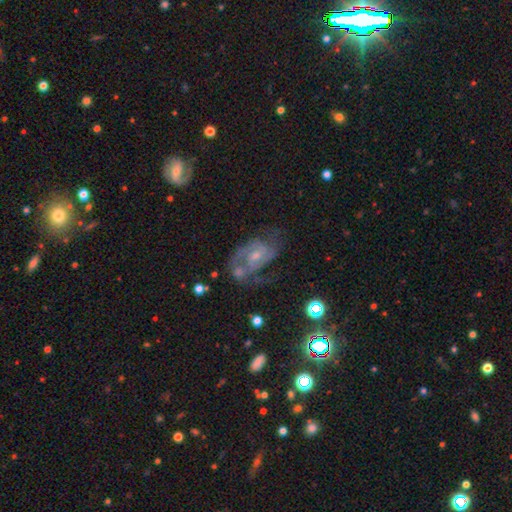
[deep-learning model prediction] Morphology: type=featured or disk (78%); edge-on=no (97%); bar=no (48%); spiral arms=yes (90%); winding=medium (51%); arm count=2 (60%); bulge=small (60%); merging=none (47%).